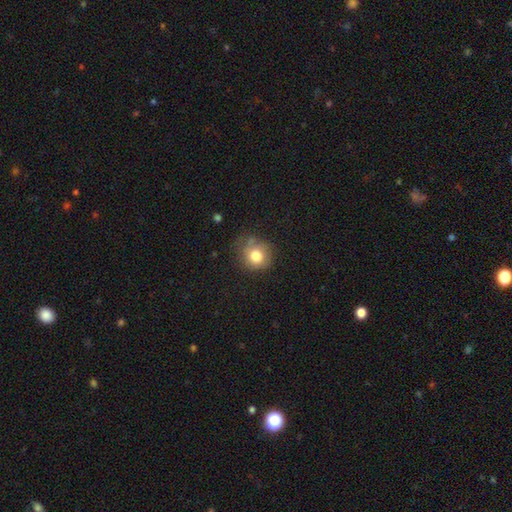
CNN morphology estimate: This is likely a smooth galaxy (79%). How rounded: clearly round (86%). Merging: likely none (63%).